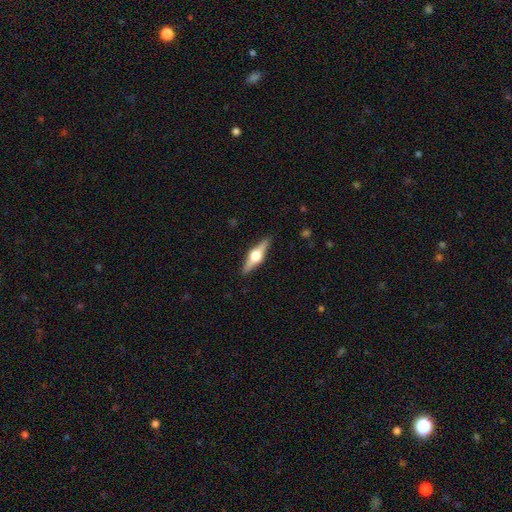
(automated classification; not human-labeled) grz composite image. It shows a featured or disk galaxy (75%) viewed edge-on (97%) with a rounded central bulge (96%). Merging: none (90%).